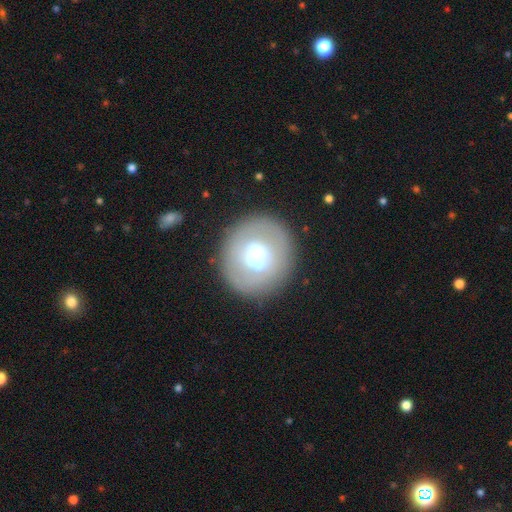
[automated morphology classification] Smooth or featured: smooth — 49% (featured or disk — 43%)
Merging: none — 80% (minor disturbance — 11%)